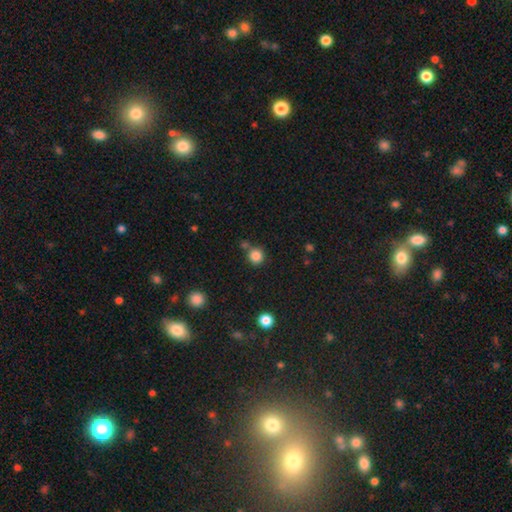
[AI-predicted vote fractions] Smooth or featured?
  - smooth: 84% *
  - star or artifact: 11%
  - featured or disk: 4%
How rounded?
  - round: 92% *
  - in between: 7%
  - cigar-shaped: 1%
Merging?
  - none: 71% *
  - merger: 16%
  - minor disturbance: 10%
  - major disturbance: 3%